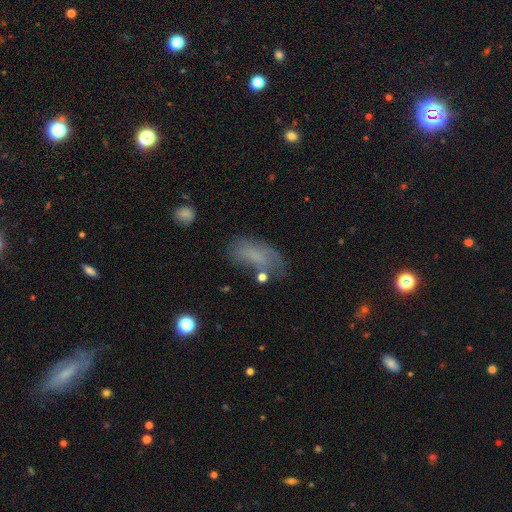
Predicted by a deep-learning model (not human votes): The model was most divided on "merging": none: 51%, minor disturbance: 27%, major disturbance: 16%, merger: 6%. More confident: how rounded — in between (84%); smooth or featured — smooth (63%).